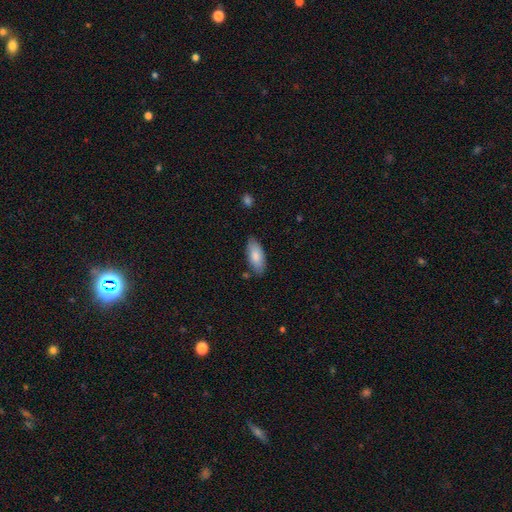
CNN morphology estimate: Smooth or featured?
  - smooth: 83% *
  - featured or disk: 11%
  - star or artifact: 6%
How rounded?
  - in between: 87% *
  - cigar-shaped: 11%
  - round: 2%
Merging?
  - none: 80% *
  - minor disturbance: 15%
  - major disturbance: 3%
  - merger: 3%